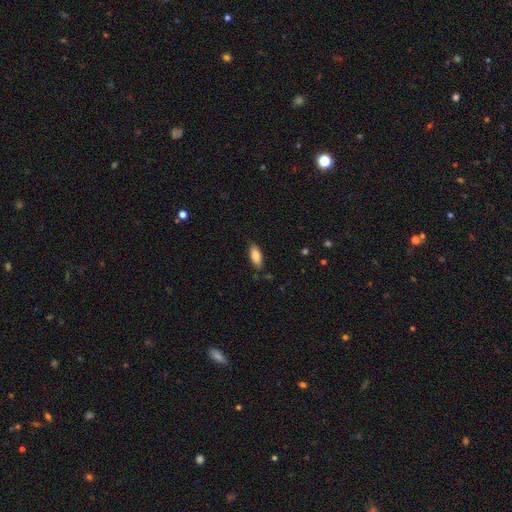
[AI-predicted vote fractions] This is likely a smooth galaxy (79%). How rounded: clearly in between (81%). Merging: clearly none (82%).